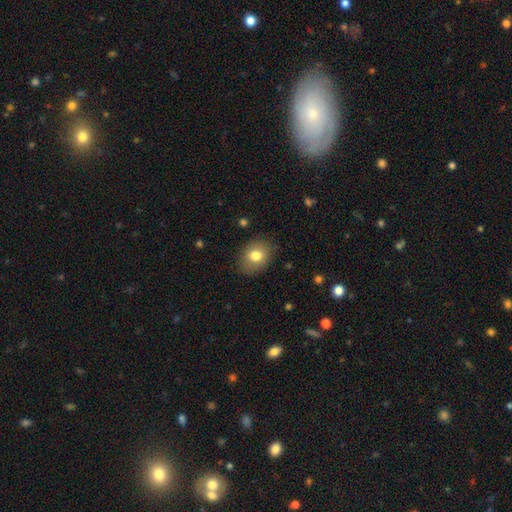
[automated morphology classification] Overall: smooth (78%). How rounded: in between (53%; round 46%). Merging: none (84%).